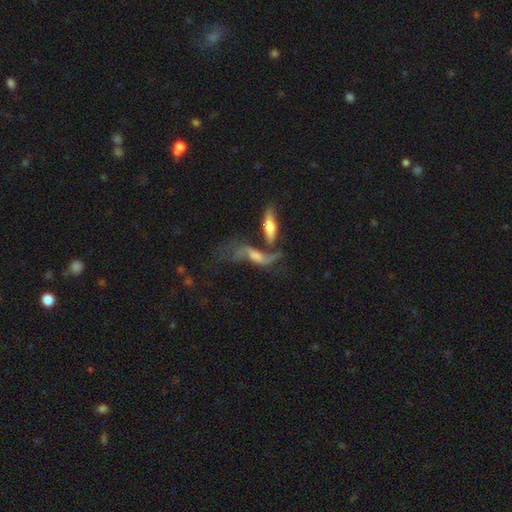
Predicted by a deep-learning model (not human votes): featured or disk 69%, smooth 22%, star or artifact 10%. Down the decision tree: edge-on disk — no (68%); merging — merger (44%).